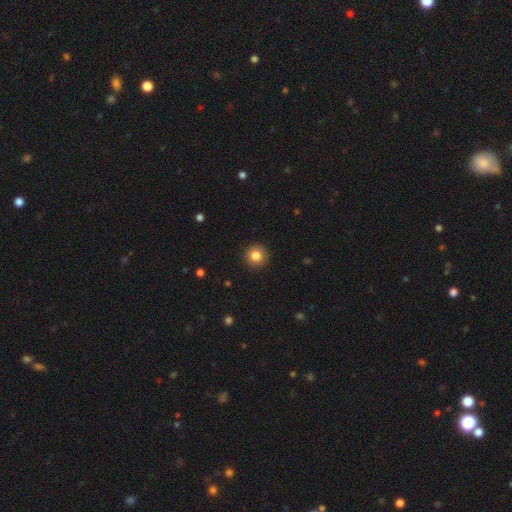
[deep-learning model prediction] This appears to be a smooth galaxy with no disk features (84%) that is round (95%). Merging: none (92%).